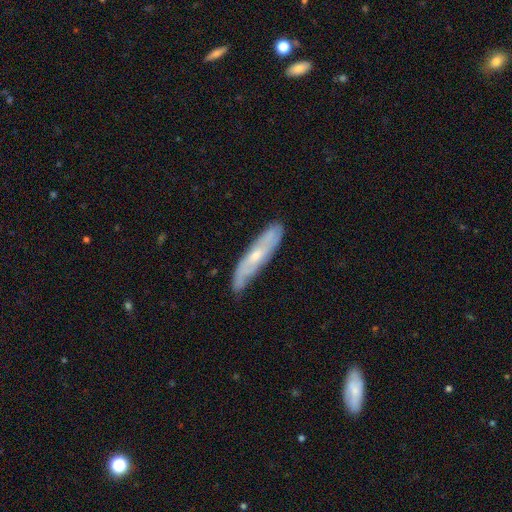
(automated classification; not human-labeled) Overall: featured or disk (60%; smooth 33%). Edge-on disk: no (55%; yes 45%). Merging: none (74%).